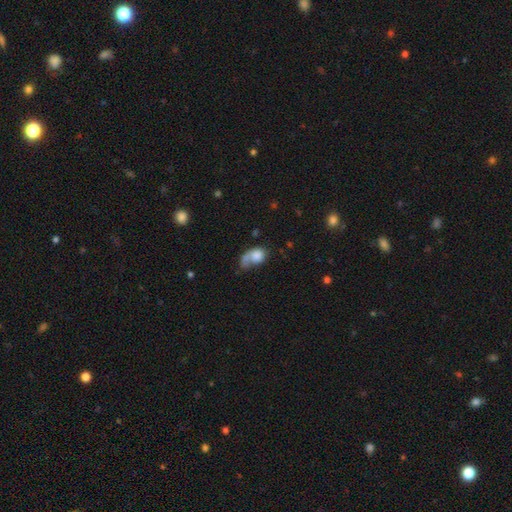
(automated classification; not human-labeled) smooth_or_featured: smooth (p=0.63) [alt: featured or disk p=0.28]
how_rounded: in between (p=0.61) [alt: round p=0.36]
merging: major disturbance (p=0.37) [alt: none p=0.28]